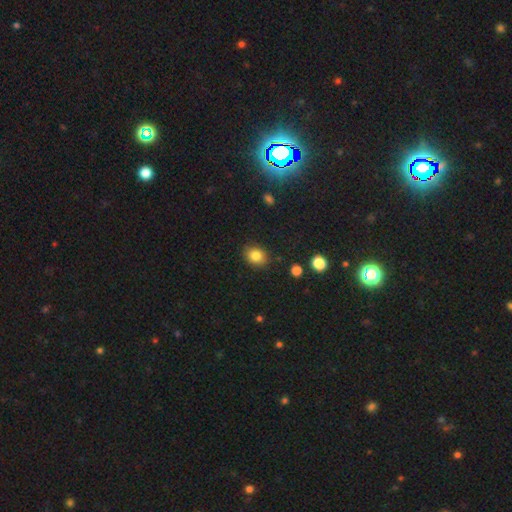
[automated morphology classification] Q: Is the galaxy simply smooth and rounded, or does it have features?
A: smooth — 84%.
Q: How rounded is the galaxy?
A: round — 54%.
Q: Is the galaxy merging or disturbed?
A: none — 86%.